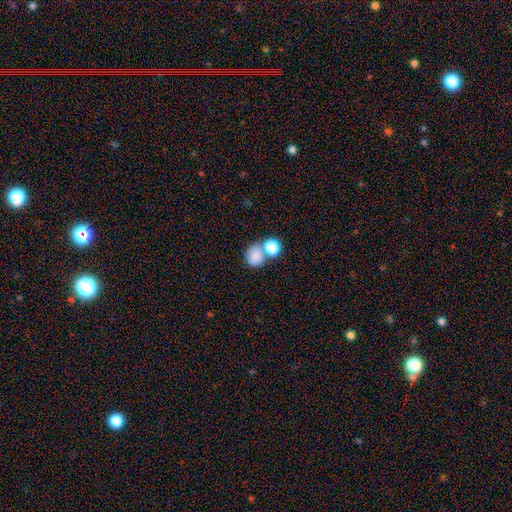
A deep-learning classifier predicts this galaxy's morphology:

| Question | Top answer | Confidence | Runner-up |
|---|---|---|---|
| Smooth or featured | smooth | 80% | star or artifact (11%) |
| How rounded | round | 64% | in between (35%) |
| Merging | merger | 43% | none (42%) |